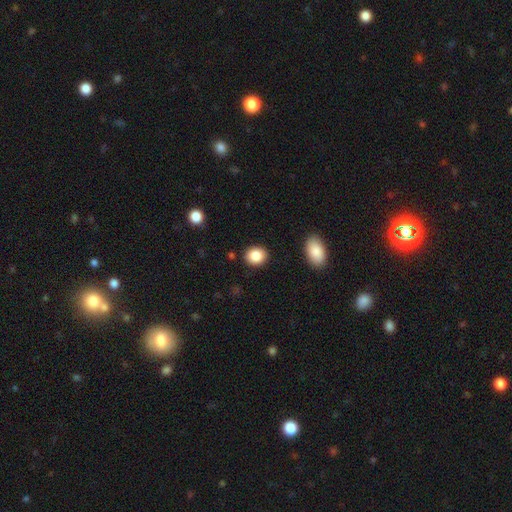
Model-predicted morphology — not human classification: Smooth or featured?
  - smooth: 86% *
  - star or artifact: 8%
  - featured or disk: 5%
How rounded?
  - round: 63% *
  - in between: 36%
  - cigar-shaped: 1%
Merging?
  - none: 89% *
  - minor disturbance: 7%
  - major disturbance: 2%
  - merger: 2%